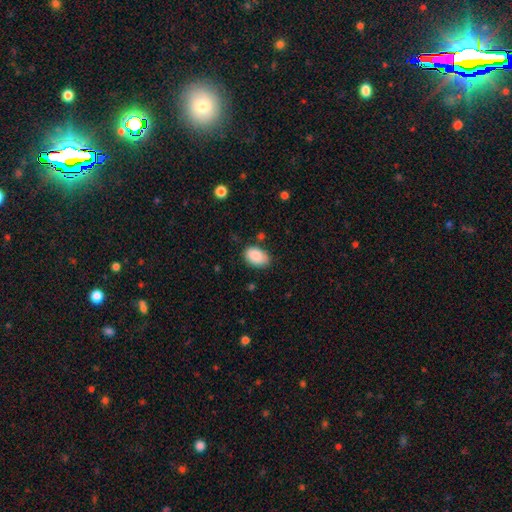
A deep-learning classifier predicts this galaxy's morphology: This appears to be a smooth galaxy with no disk features (89%) that is in between round and cigar-shaped (89%). Merging: none (73%).